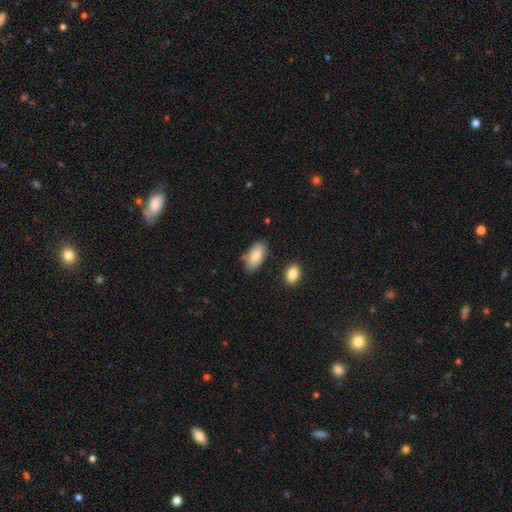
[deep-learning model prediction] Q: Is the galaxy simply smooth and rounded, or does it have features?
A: smooth — 80%.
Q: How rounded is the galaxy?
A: in between — 93%.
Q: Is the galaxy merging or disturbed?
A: none — 74%.